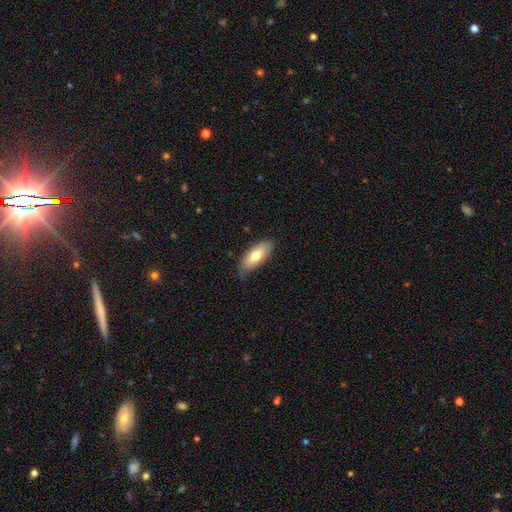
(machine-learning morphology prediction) smooth_or_featured: smooth (p=0.70) [alt: featured or disk p=0.24]
how_rounded: in between (p=0.82) [alt: cigar-shaped p=0.16]
merging: none (p=0.73) [alt: minor disturbance p=0.22]